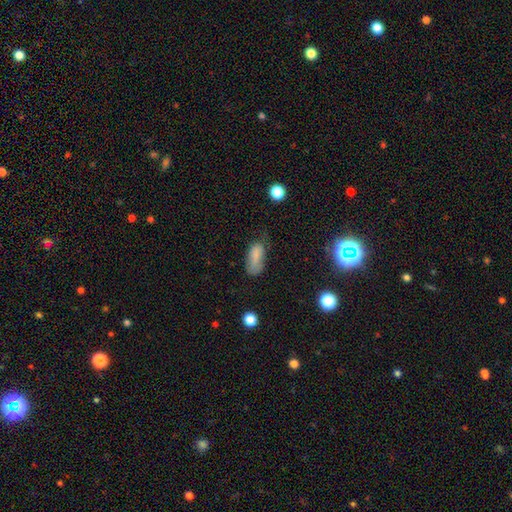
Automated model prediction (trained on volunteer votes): This is likely a smooth galaxy (78%). How rounded: clearly in between (86%). Merging: marginally none (42%).